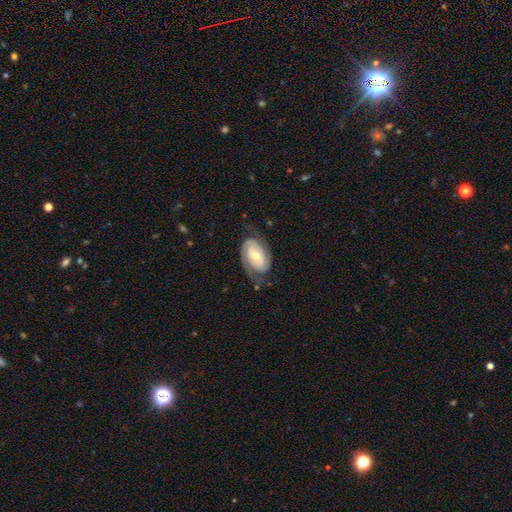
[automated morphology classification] Smooth or featured: featured or disk — 85% (smooth — 10%)
Edge-on disk: no — 97% (yes — 3%)
Bar: no — 63% (weak — 27%)
Spiral arms: yes — 95% (no — 5%)
Spiral winding: tight — 67% (medium — 26%)
Spiral arm count: 2 — 83% (can't tell — 8%)
Bulge size: moderate — 60% (small — 35%)
Merging: none — 74% (minor disturbance — 16%)